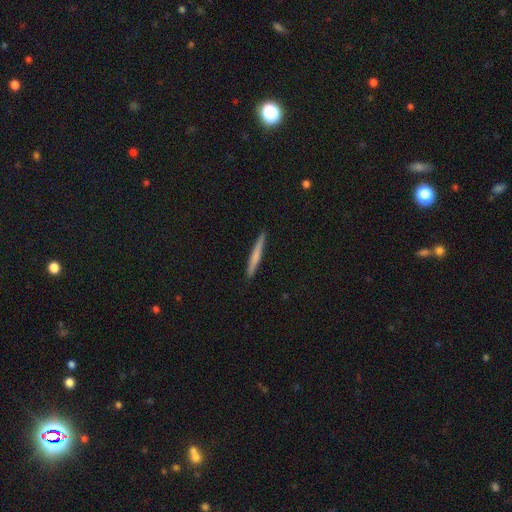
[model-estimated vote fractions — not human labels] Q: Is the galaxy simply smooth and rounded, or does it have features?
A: smooth — 64%.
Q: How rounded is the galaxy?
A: cigar-shaped — 97%.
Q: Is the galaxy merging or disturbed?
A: none — 92%.